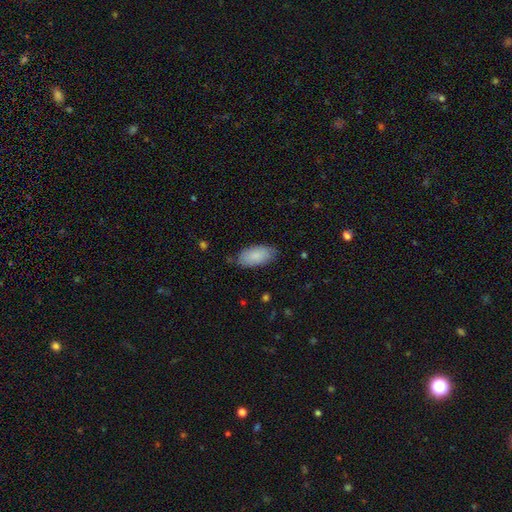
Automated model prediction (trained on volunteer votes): Smooth or featured? Predicted: smooth (p=0.87). How rounded? Predicted: in between (p=0.93). Merging? Predicted: none (p=0.82).